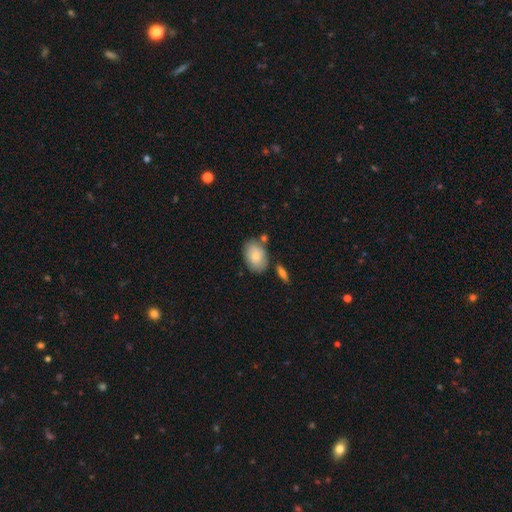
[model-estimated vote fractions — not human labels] Smooth or featured?
  - smooth: 82% *
  - featured or disk: 11%
  - star or artifact: 6%
How rounded?
  - in between: 85% *
  - round: 14%
  - cigar-shaped: 1%
Merging?
  - none: 71% *
  - minor disturbance: 16%
  - merger: 9%
  - major disturbance: 4%